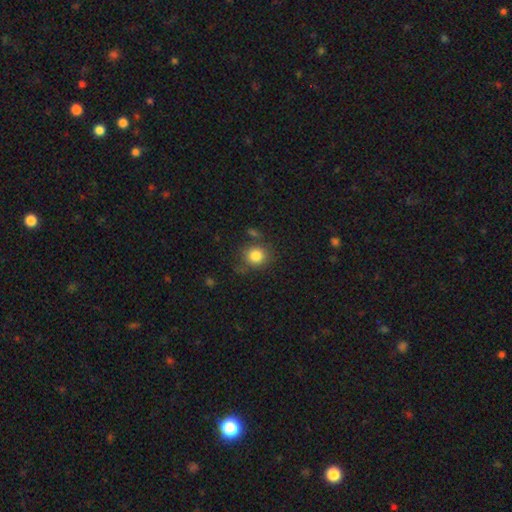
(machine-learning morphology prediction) A smooth galaxy with no disk features (83%) that is round (81%).

Vote fractions:
- Smooth or featured? smooth: 83% / star or artifact: 10% / featured or disk: 6%
- How rounded? round: 81% / in between: 18% / cigar-shaped: 1%
- Merging? none: 74% / minor disturbance: 15% / merger: 6% / major disturbance: 5%